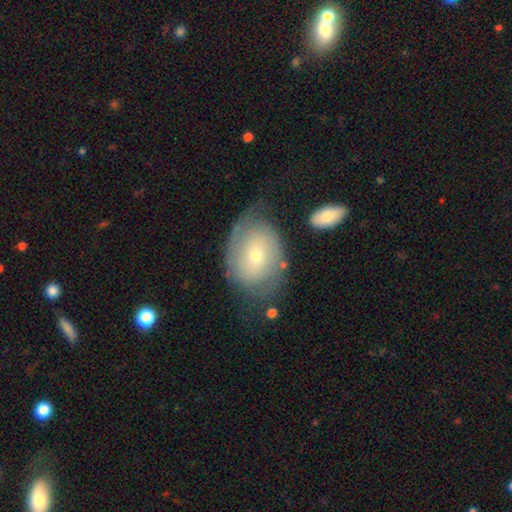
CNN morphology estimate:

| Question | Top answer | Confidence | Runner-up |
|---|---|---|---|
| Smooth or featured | featured or disk | 66% | smooth (26%) |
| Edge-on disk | no | 96% | yes (4%) |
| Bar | no | 70% | weak (24%) |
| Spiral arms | yes | 84% | no (16%) |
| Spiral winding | tight | 45% | medium (36%) |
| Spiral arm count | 2 | 70% | can't tell (19%) |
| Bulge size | small | 67% | moderate (29%) |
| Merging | none | 61% | minor disturbance (22%) |